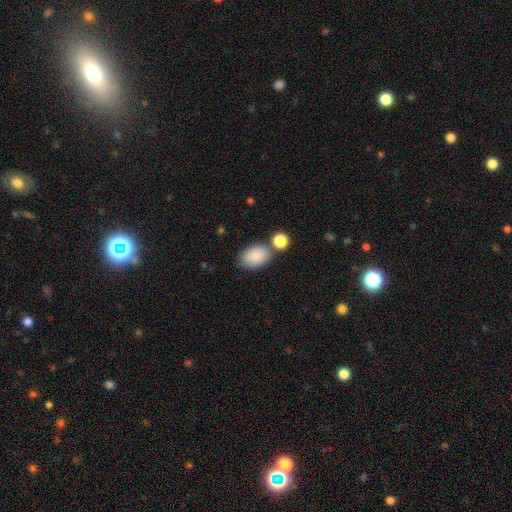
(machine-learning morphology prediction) Q: Smooth or featured?
A: smooth (87%); runner-up: star or artifact (7%)
Q: How rounded?
A: in between (88%); runner-up: round (11%)
Q: Merging?
A: none (69%); runner-up: minor disturbance (14%)